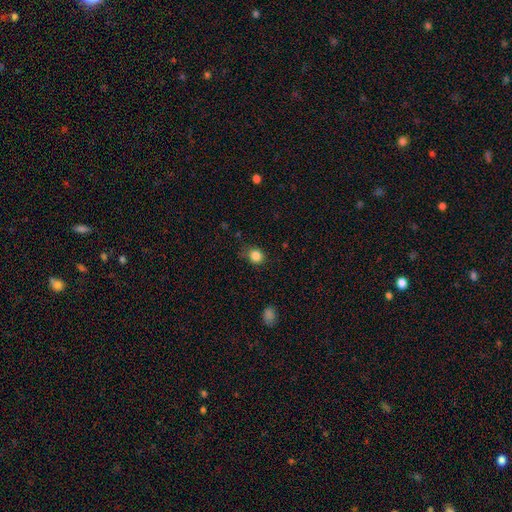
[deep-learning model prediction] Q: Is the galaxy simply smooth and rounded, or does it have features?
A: smooth — 85%.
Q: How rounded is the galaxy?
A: round — 75%.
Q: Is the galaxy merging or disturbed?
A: none — 74%.